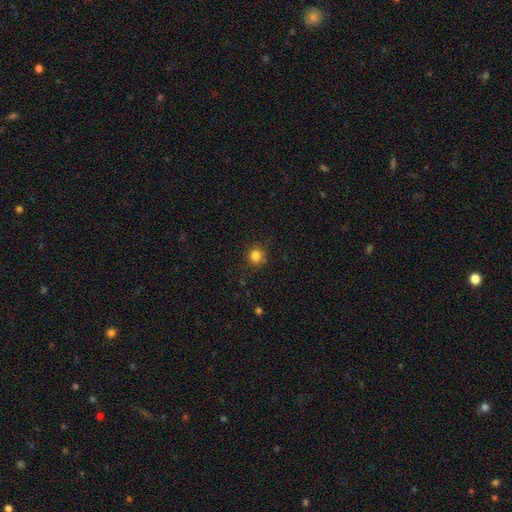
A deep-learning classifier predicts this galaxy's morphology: Q: Smooth or featured?
A: smooth (83%); runner-up: star or artifact (13%)
Q: How rounded?
A: round (90%); runner-up: in between (9%)
Q: Merging?
A: none (85%); runner-up: minor disturbance (11%)